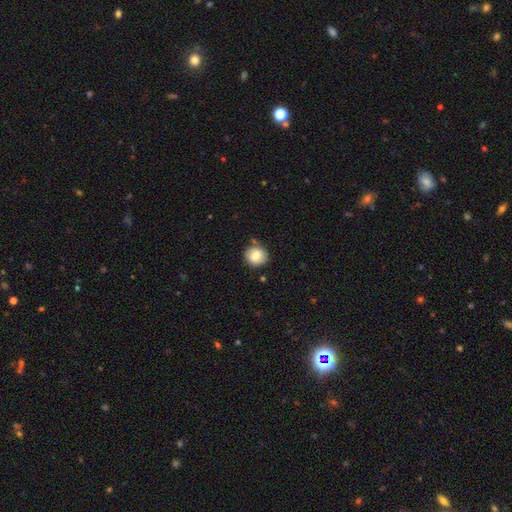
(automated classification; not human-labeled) A smooth galaxy with no disk features (81%) that is round (87%). Merging: none (82%).